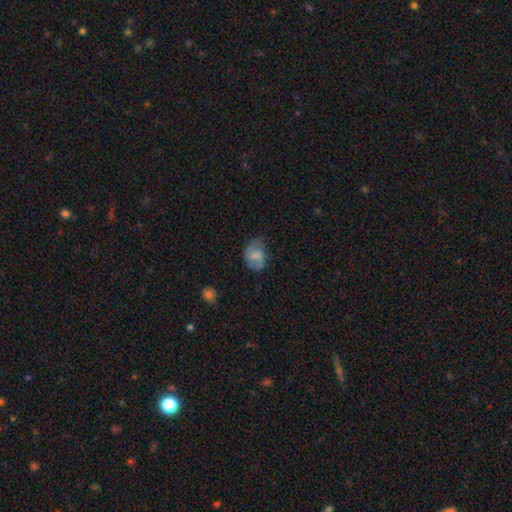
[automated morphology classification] Overall: smooth (60%; featured or disk 31%). How rounded: in between (67%; round 31%). Merging: none (52%; minor disturbance 33%).